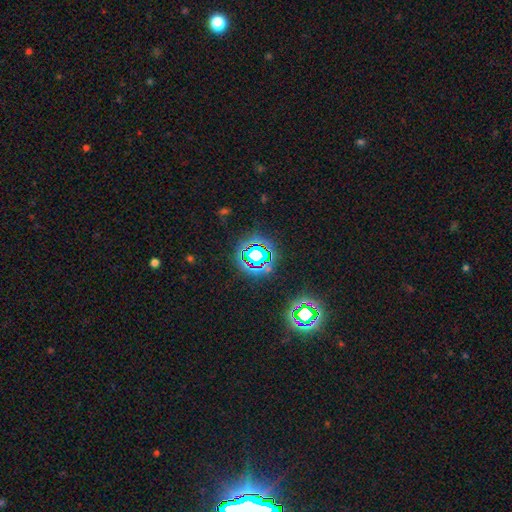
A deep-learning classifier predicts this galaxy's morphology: Smooth or featured? Predicted: star or artifact (p=0.69).